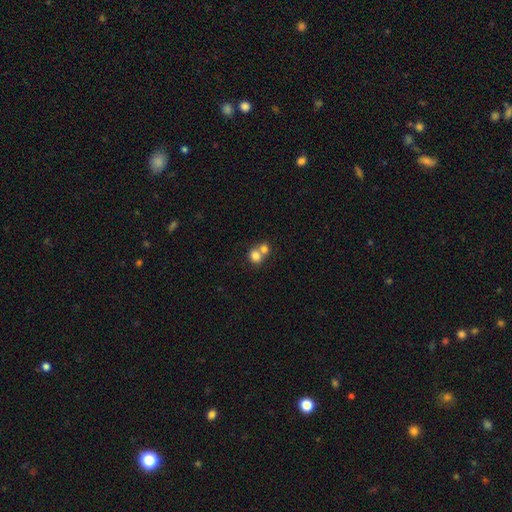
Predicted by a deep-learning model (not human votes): A smooth galaxy with no disk features (79%) that is round (71%). Merging: merger (60%).